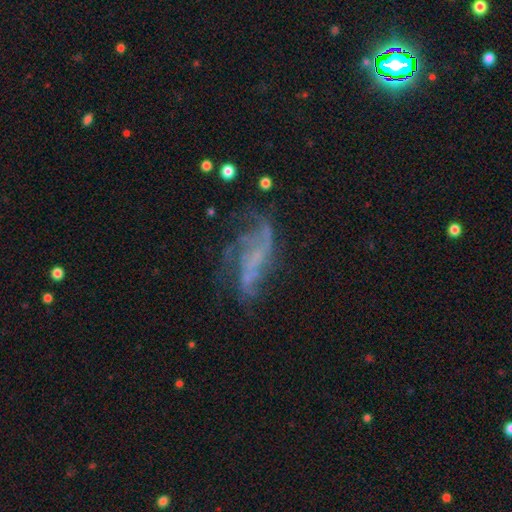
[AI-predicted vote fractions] A featured or disk galaxy (72%) with no bar (59%), loose (55%) spiral arms (77%) and no central bulge (68%).

Vote fractions:
- Smooth or featured? featured or disk: 72% / smooth: 15% / star or artifact: 14%
- Edge-on disk? no: 93% / yes: 7%
- Bar? no: 59% / weak: 28% / strong: 14%
- Spiral arms? yes: 77% / no: 23%
- Spiral winding? loose: 55% / medium: 30% / tight: 15%
- Spiral arm count? can't tell: 27% / 3: 24% / 2: 21% / 4: 14% / 1: 8% / more than 4: 6%
- Bulge size? none: 68% / small: 20% / moderate: 8% / large: 2% / dominant: 1%
- Merging? none: 45% / major disturbance: 31% / minor disturbance: 19% / merger: 4%